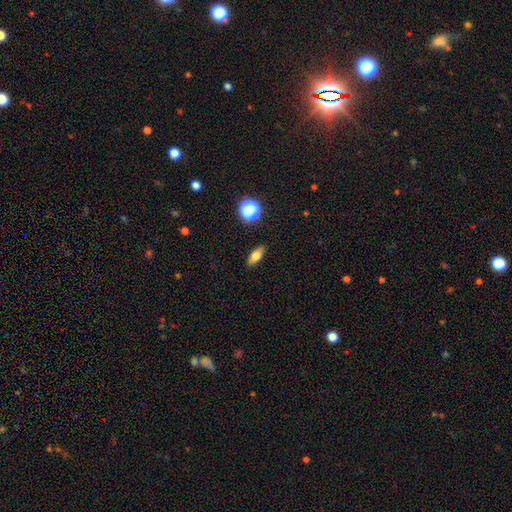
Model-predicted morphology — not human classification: Smooth or featured: smooth — 68% (featured or disk — 23%)
How rounded: in between — 70% (cigar-shaped — 22%)
Merging: none — 89% (minor disturbance — 8%)